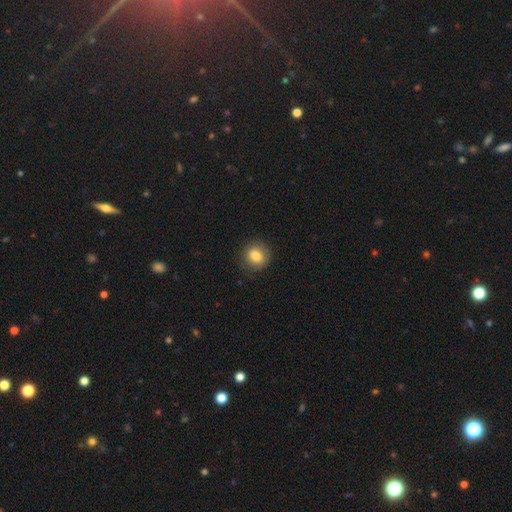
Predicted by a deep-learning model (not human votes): A smooth galaxy with no disk features (83%) that is round (81%).

Vote fractions:
- Smooth or featured? smooth: 83% / star or artifact: 9% / featured or disk: 8%
- How rounded? round: 81% / in between: 18% / cigar-shaped: 1%
- Merging? none: 86% / minor disturbance: 10% / major disturbance: 3% / merger: 1%